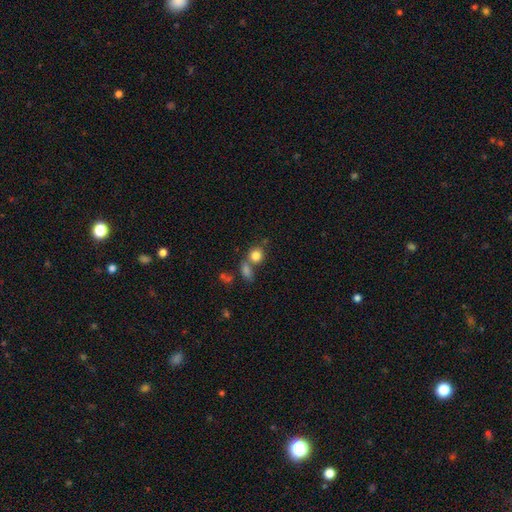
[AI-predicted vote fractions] smooth-or-featured: smooth: 81% | star or artifact: 11% | featured or disk: 8%
  how-rounded: round: 78% | in between: 21% | cigar-shaped: 1%
  merging: none: 55% | merger: 30% | minor disturbance: 10% | major disturbance: 5%